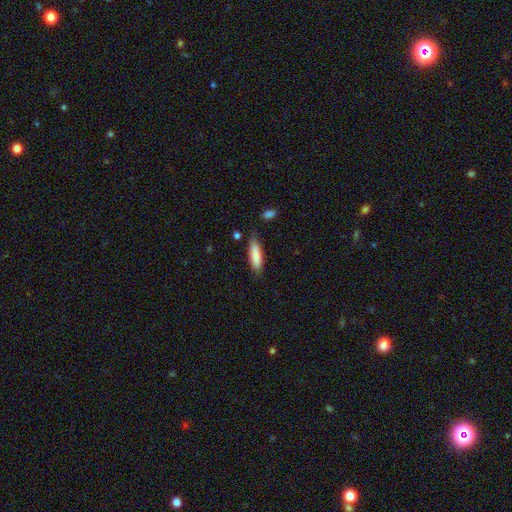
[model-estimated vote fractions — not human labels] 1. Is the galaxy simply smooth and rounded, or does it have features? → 85% smooth, 9% featured or disk, 6% star or artifact.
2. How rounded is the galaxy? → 60% cigar-shaped, 39% in between, 1% round.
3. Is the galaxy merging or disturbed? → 78% none, 16% minor disturbance, 3% major disturbance, 3% merger.